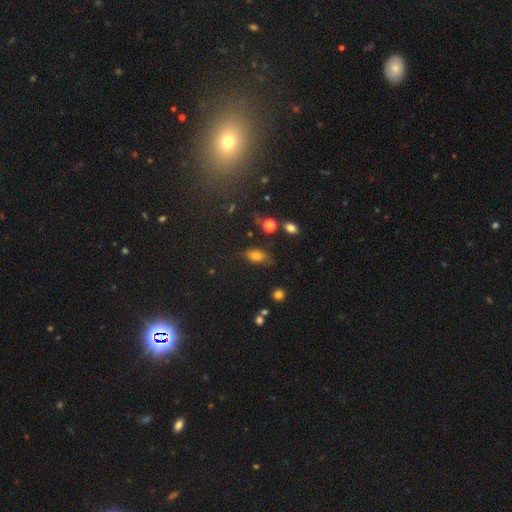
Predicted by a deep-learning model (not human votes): Smooth or featured?
  - smooth: 77% *
  - star or artifact: 12%
  - featured or disk: 11%
How rounded?
  - in between: 87% *
  - round: 9%
  - cigar-shaped: 4%
Merging?
  - none: 60% *
  - minor disturbance: 27%
  - major disturbance: 9%
  - merger: 4%